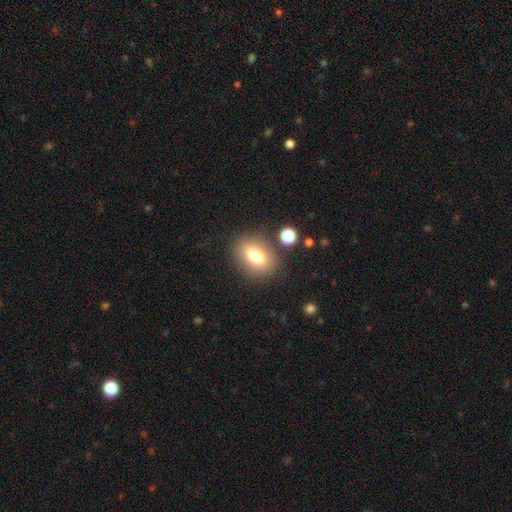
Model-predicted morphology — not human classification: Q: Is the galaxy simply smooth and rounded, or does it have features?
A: smooth — 76%.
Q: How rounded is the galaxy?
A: in between — 78%.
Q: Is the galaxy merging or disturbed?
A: none — 80%.